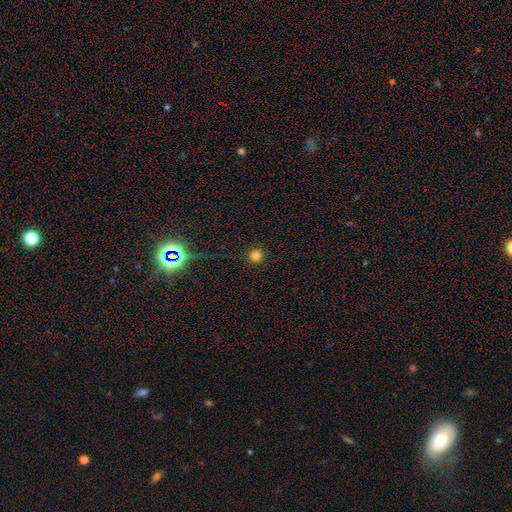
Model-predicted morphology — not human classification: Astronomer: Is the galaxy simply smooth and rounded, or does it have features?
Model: smooth — 80%.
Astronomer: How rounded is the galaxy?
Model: round — 95%.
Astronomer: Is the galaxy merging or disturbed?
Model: none — 92%.